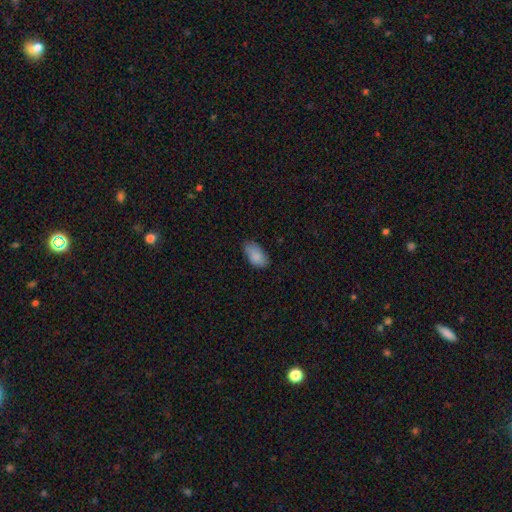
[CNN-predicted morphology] Smooth or featured: smooth — 86% (star or artifact — 7%)
How rounded: in between — 94% (round — 3%)
Merging: none — 69% (minor disturbance — 26%)